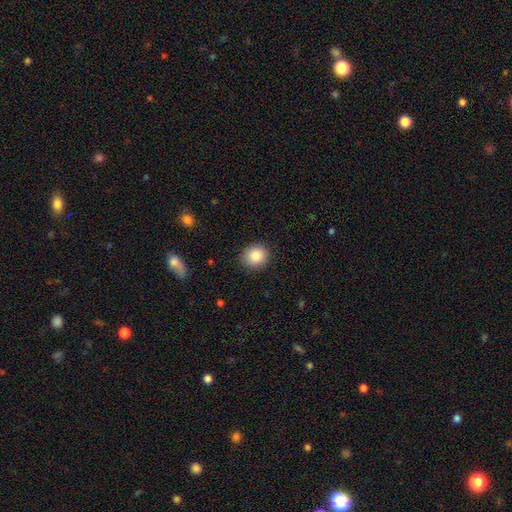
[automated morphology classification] Smooth or featured?
  - smooth: 86% *
  - star or artifact: 9%
  - featured or disk: 6%
How rounded?
  - round: 69% *
  - in between: 30%
  - cigar-shaped: 1%
Merging?
  - none: 88% *
  - minor disturbance: 9%
  - major disturbance: 2%
  - merger: 1%